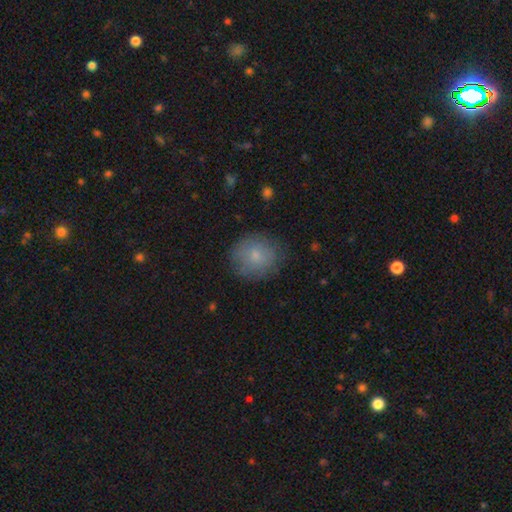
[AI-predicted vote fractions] Smooth or featured?
  - smooth: 77% *
  - featured or disk: 14%
  - star or artifact: 9%
How rounded?
  - round: 83% *
  - in between: 16%
  - cigar-shaped: 1%
Merging?
  - none: 80% *
  - minor disturbance: 15%
  - major disturbance: 4%
  - merger: 1%